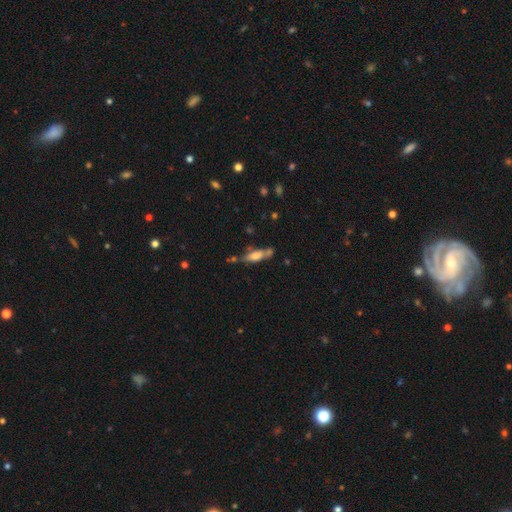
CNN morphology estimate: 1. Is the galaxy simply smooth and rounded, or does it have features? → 52% smooth, 39% featured or disk, 8% star or artifact.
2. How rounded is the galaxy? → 57% cigar-shaped, 41% in between, 3% round.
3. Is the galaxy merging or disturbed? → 53% none, 22% minor disturbance, 16% merger, 8% major disturbance.